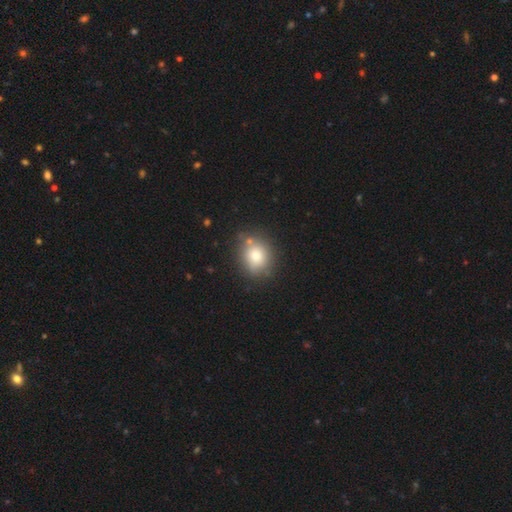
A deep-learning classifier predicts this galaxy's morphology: This appears to be a smooth galaxy with no disk features (79%) that is round (65%). Merging: none (72%).